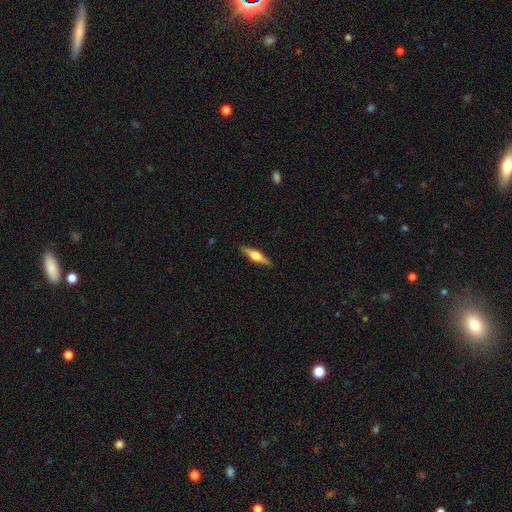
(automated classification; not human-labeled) This is likely a featured or disk galaxy (60%). It is clearly viewed edge-on (96%). Edge-on bulge: clearly rounded (93%). Merging: clearly none (90%).